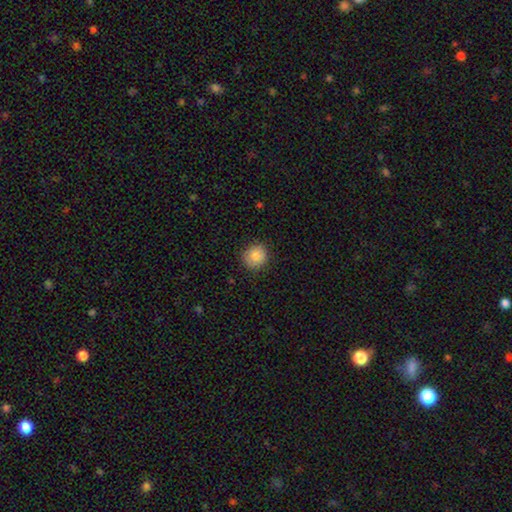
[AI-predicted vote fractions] Morphology: type=smooth (82%); roundness=round (88%); merging=none (85%).